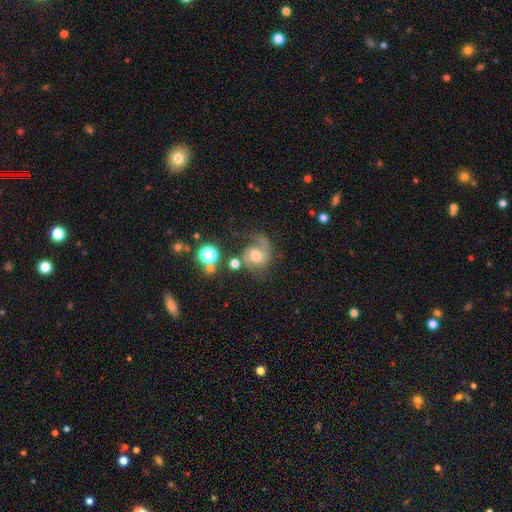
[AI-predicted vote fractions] Smooth or featured? featured or disk (71%)
Edge-on disk? no (98%)
Bar? no (65%)
Spiral arms? yes (94%)
Spiral winding? medium (51%)
Spiral arm count? 2 (75%)
Bulge size? moderate (63%)
Merging? none (55%)